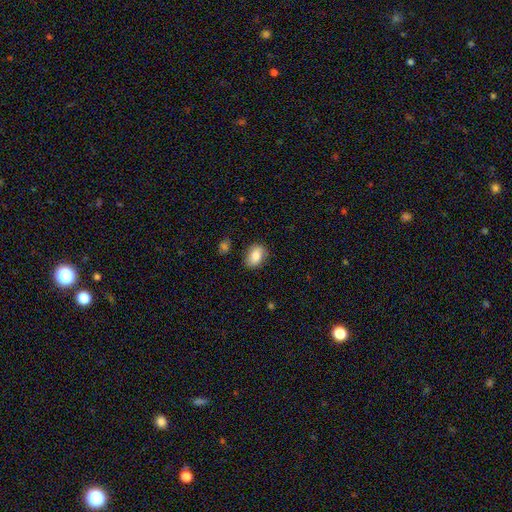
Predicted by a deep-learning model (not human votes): The model was most divided on "how rounded": in between: 79%, round: 20%, cigar-shaped: 1%. More confident: smooth or featured — smooth (83%); merging — none (79%).